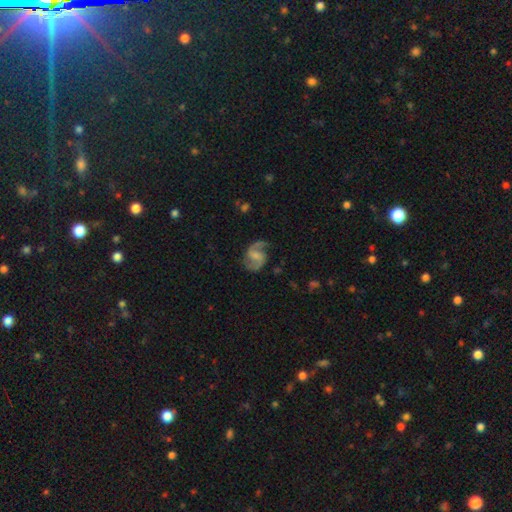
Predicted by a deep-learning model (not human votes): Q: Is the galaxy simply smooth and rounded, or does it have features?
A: featured or disk — 87%.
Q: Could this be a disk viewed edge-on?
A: no — 98%.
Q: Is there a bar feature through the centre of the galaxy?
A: weak — 53%.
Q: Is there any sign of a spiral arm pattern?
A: yes — 97%.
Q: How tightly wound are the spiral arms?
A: medium — 54%.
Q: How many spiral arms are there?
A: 2 — 92%.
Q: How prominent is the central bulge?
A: small — 36%.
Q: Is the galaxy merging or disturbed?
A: none — 76%.